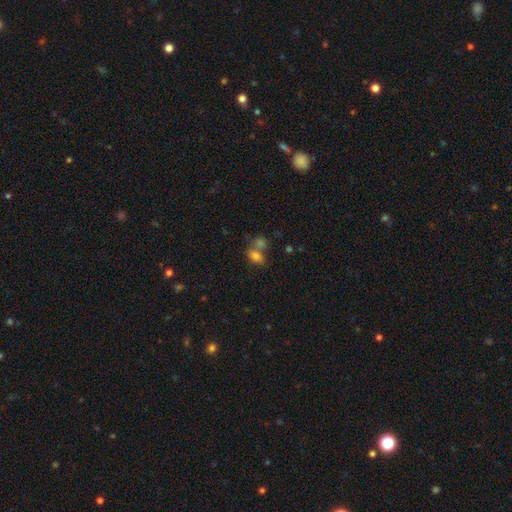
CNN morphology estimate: A smooth galaxy with no disk features (78%) that is in between round and cigar-shaped (82%).

Vote fractions:
- Smooth or featured? smooth: 78% / star or artifact: 13% / featured or disk: 10%
- How rounded? in between: 82% / round: 15% / cigar-shaped: 2%
- Merging? merger: 46% / none: 38% / minor disturbance: 11% / major disturbance: 5%